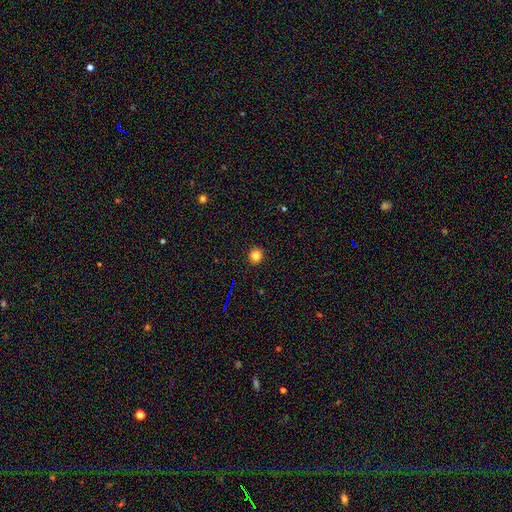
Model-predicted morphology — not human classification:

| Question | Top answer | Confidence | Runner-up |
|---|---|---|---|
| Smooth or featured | smooth | 81% | star or artifact (13%) |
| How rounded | round | 91% | in between (8%) |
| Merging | none | 93% | minor disturbance (5%) |